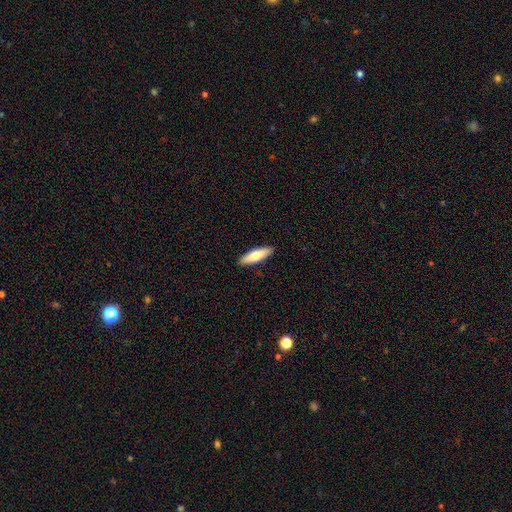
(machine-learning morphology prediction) Smooth or featured? smooth (70%)
How rounded? cigar-shaped (59%)
Merging? none (91%)